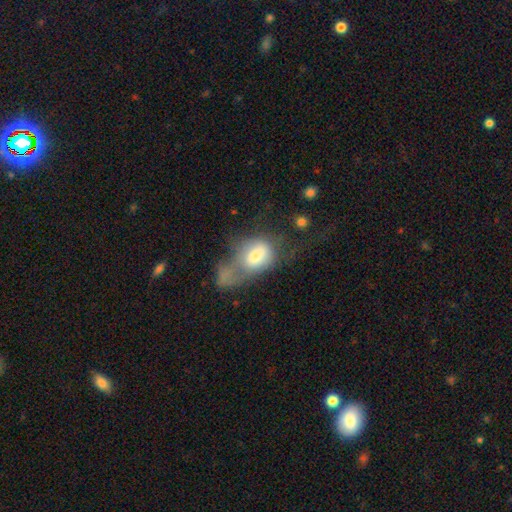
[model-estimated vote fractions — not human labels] Morphology: type=smooth (65%); roundness=in between (76%); merging=major disturbance (49%).